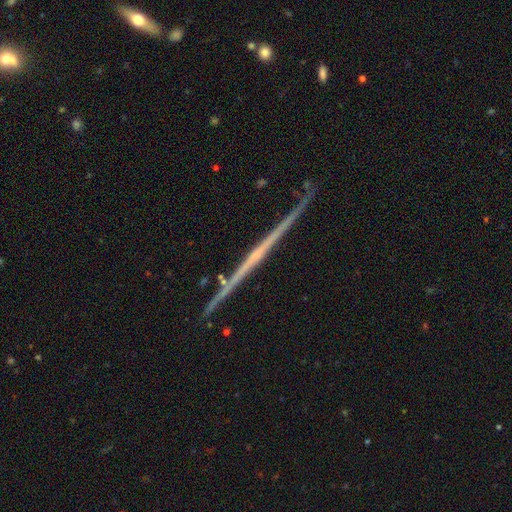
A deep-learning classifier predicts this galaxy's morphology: Smooth or featured: featured or disk — 80% (smooth — 13%)
Edge-on disk: yes — 98% (no — 2%)
Edge-on bulge: none — 71% (rounded — 23%)
Merging: none — 85% (minor disturbance — 11%)